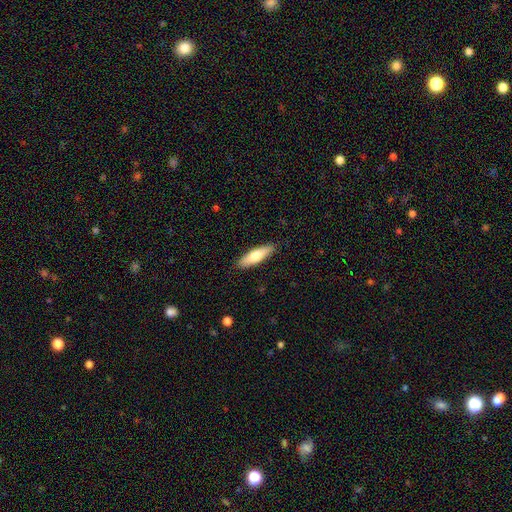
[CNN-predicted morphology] Overall: smooth (71%). How rounded: cigar-shaped (60%; in between 38%). Merging: none (89%).